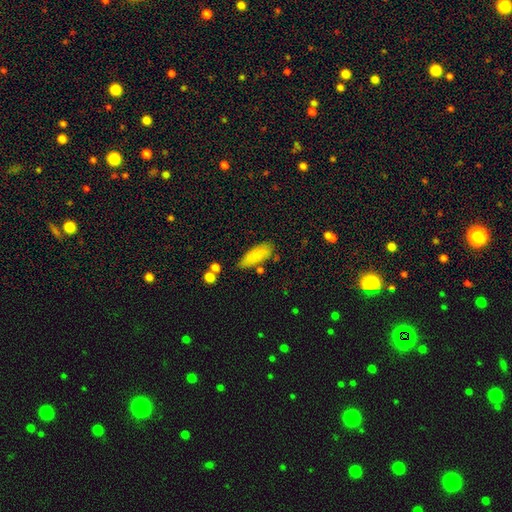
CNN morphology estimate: smooth-or-featured: smooth: 80% | featured or disk: 13% | star or artifact: 7%
  how-rounded: in between: 64% | cigar-shaped: 33% | round: 2%
  merging: none: 69% | minor disturbance: 20% | merger: 7% | major disturbance: 4%